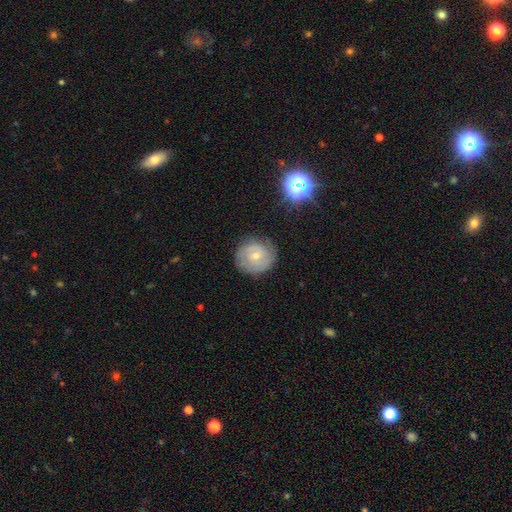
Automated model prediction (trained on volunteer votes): The model was most divided on "smooth or featured": featured or disk: 56%, smooth: 36%, star or artifact: 8%. More confident: edge-on disk — no (97%); spiral arms — yes (81%); merging — none (77%); bar — no (61%); bulge size — small (59%).